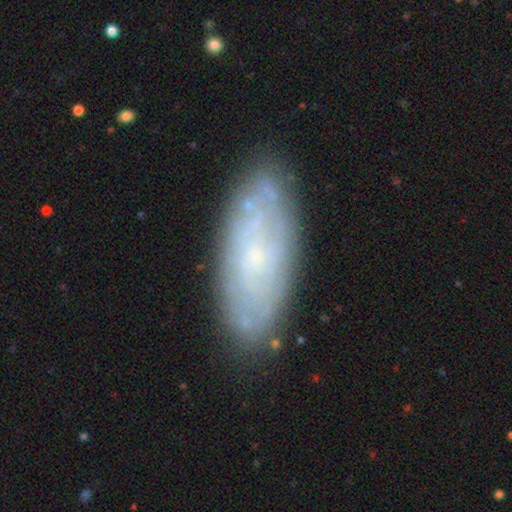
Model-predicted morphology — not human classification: This is possibly a featured or disk galaxy (54%). It is clearly not viewed edge-on (86%). Merging: clearly none (80%).